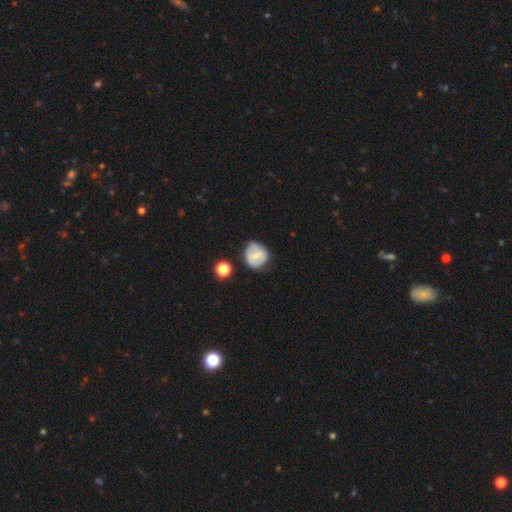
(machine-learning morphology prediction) Smooth or featured?
  - smooth: 59% *
  - featured or disk: 32%
  - star or artifact: 9%
How rounded?
  - round: 80% *
  - in between: 19%
  - cigar-shaped: 1%
Merging?
  - none: 64% *
  - minor disturbance: 25%
  - major disturbance: 7%
  - merger: 4%